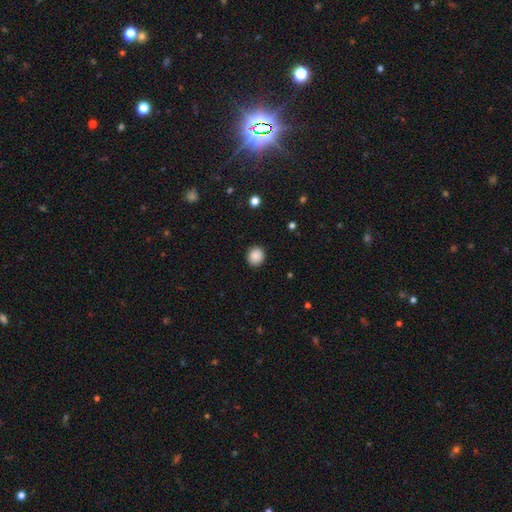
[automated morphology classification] A smooth galaxy with no disk features (88%) that is round (88%).

Vote fractions:
- Smooth or featured? smooth: 88% / star or artifact: 9% / featured or disk: 3%
- How rounded? round: 88% / in between: 11% / cigar-shaped: 1%
- Merging? none: 91% / minor disturbance: 6% / major disturbance: 2% / merger: 1%